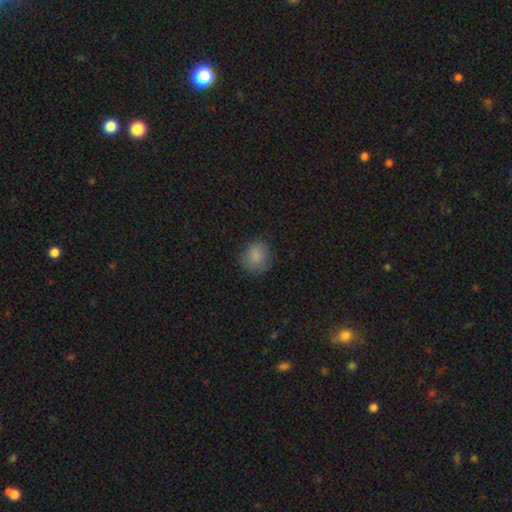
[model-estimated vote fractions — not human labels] Smooth or featured: smooth — 85% (star or artifact — 10%)
How rounded: round — 75% (in between — 24%)
Merging: none — 81% (minor disturbance — 14%)